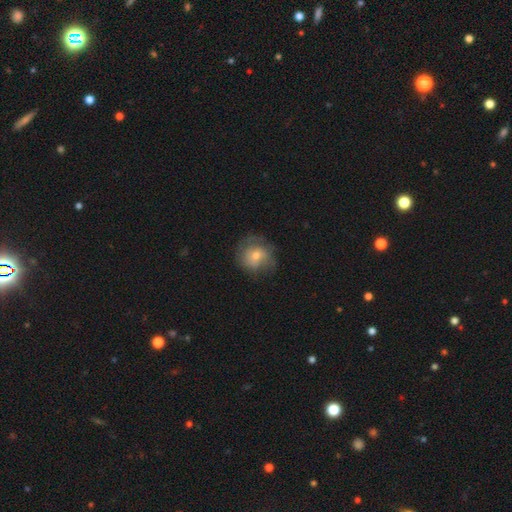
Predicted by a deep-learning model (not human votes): Smooth or featured: smooth — 48% (featured or disk — 43%)
Merging: none — 65% (minor disturbance — 22%)